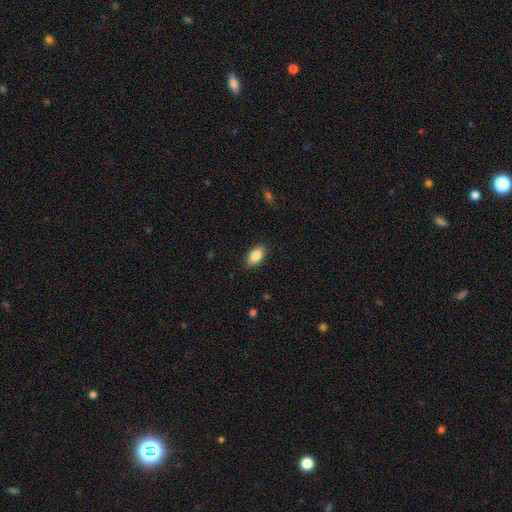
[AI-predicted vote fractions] The model was most divided on "merging": none: 88%, minor disturbance: 9%, major disturbance: 2%, merger: 1%. More confident: how rounded — in between (92%); smooth or featured — smooth (87%).